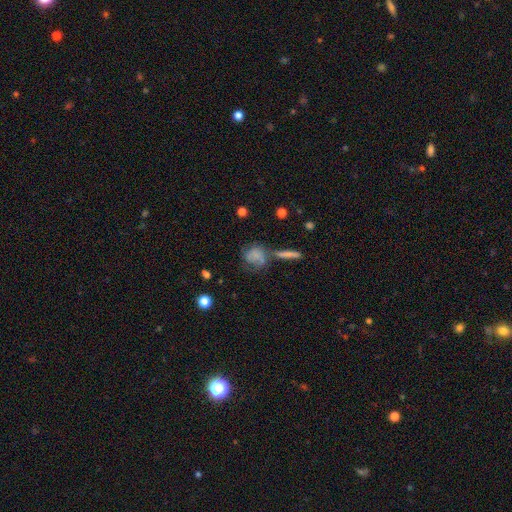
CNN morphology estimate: Smooth or featured: smooth — 64% (featured or disk — 24%)
How rounded: round — 63% (in between — 32%)
Merging: none — 41% (merger — 24%)